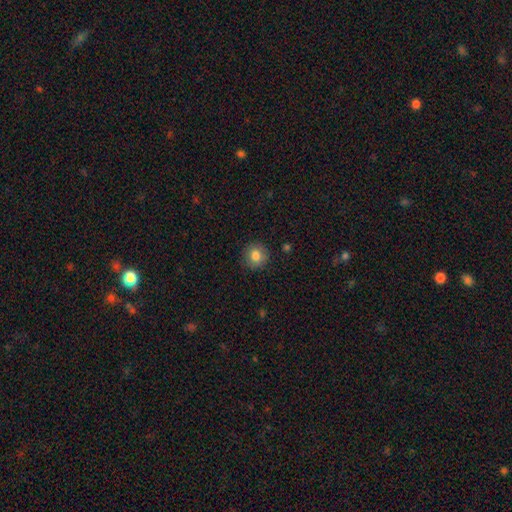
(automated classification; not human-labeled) This appears to be a smooth galaxy with no disk features (83%) that is round (91%). Merging: none (89%).